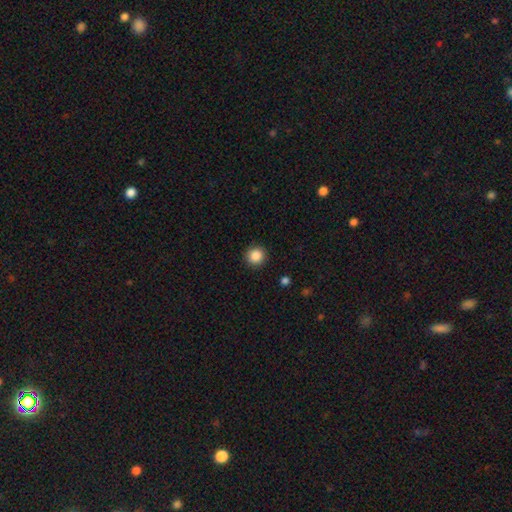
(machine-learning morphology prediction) smooth_or_featured: smooth (p=0.87) [alt: star or artifact p=0.10]
how_rounded: round (p=0.94) [alt: in between p=0.05]
merging: none (p=0.92) [alt: minor disturbance p=0.05]